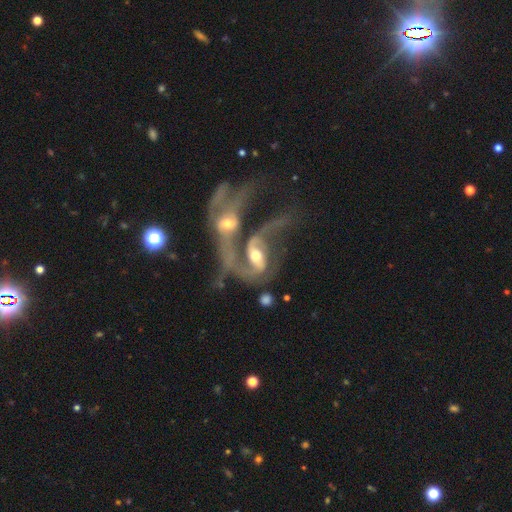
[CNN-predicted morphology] smooth_or_featured: featured or disk (p=0.84) [alt: smooth p=0.10]
disk_edge_on: no (p=0.95) [alt: yes p=0.05]
bar: weak (p=0.39) [alt: no p=0.34]
has_spiral_arms: yes (p=0.91) [alt: no p=0.09]
spiral_winding: loose (p=0.47) [alt: medium p=0.36]
spiral_arm_count: 2 (p=0.72) [alt: can't tell p=0.12]
bulge_size: moderate (p=0.65) [alt: small p=0.19]
merging: merger (p=0.78) [alt: major disturbance p=0.12]